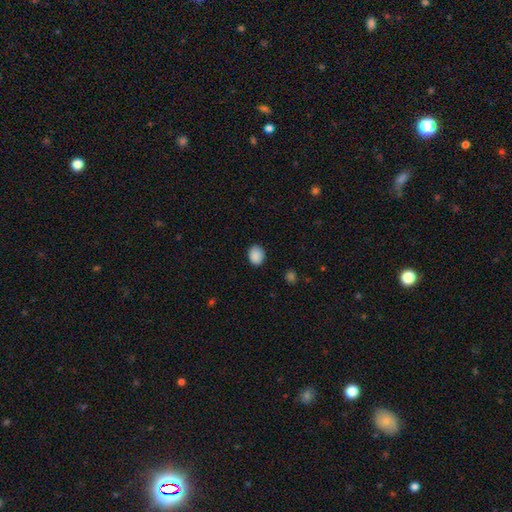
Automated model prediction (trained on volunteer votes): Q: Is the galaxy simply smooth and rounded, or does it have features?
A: smooth — 89%.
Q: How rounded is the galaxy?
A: round — 50%.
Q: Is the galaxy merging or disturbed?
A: none — 85%.